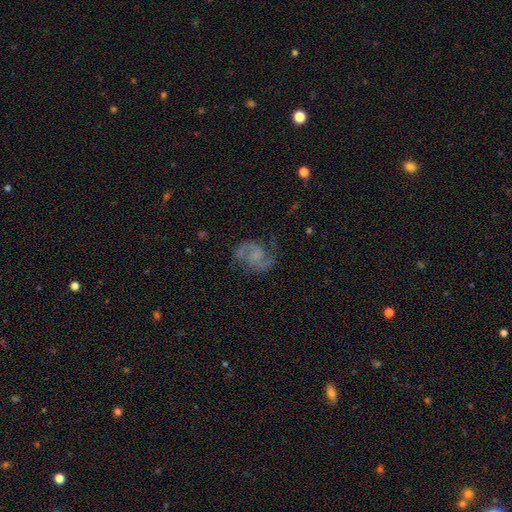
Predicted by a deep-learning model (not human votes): Overall: featured or disk (87%). Edge-on disk: no (98%). Bar: no (51%; weak 40%). Spiral arms: yes (97%). Spiral arm count: 2 (93%). Spiral winding: medium (57%; loose 27%). Bulge size: none (51%; small 30%). Merging: none (74%).